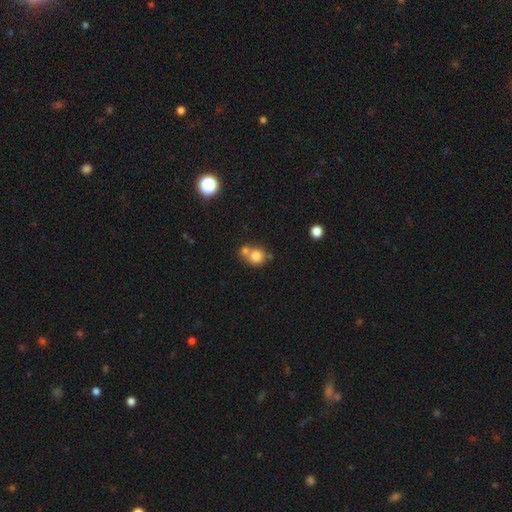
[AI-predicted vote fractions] smooth_or_featured: smooth (p=0.79) [alt: star or artifact p=0.11]
how_rounded: round (p=0.82) [alt: in between p=0.17]
merging: none (p=0.44) [tied with: merger p=0.44]